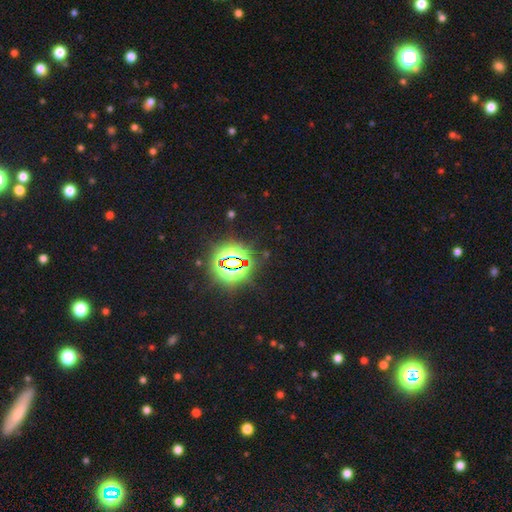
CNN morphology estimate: Smooth or featured?
  - star or artifact: 83% *
  - smooth: 10%
  - featured or disk: 6%